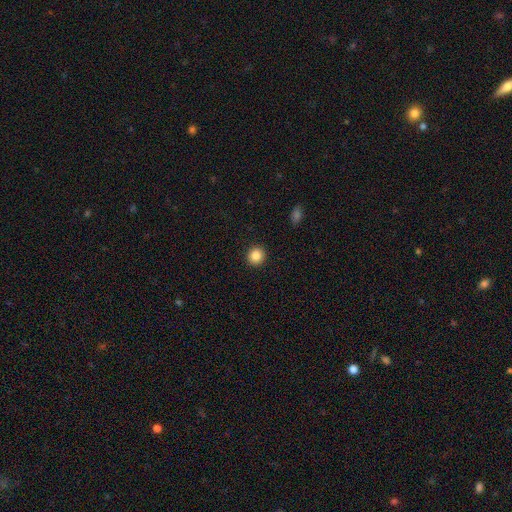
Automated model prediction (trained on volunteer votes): smooth 86%, star or artifact 10%, featured or disk 5%. Down the decision tree: how rounded — round (93%); merging — none (93%).